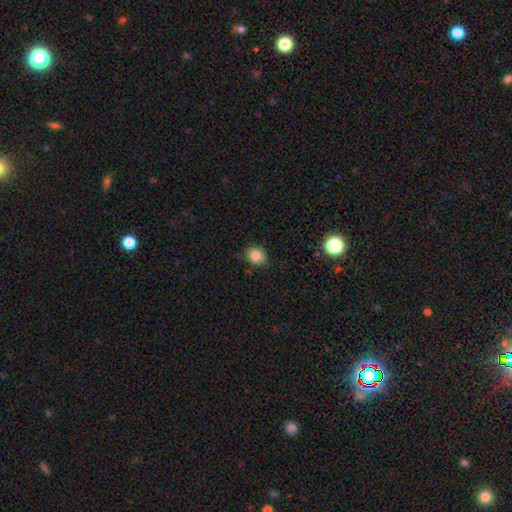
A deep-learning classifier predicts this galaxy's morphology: Overall: smooth (83%). How rounded: round (57%; in between 42%). Merging: none (77%).